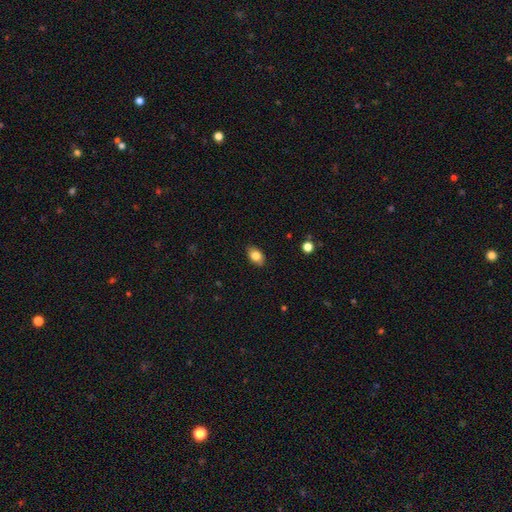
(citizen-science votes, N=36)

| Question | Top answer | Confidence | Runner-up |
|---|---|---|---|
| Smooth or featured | smooth | 97% | star or artifact (3%) |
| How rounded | in between | 80% | round (17%) |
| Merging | none | 77% | minor disturbance (23%) |